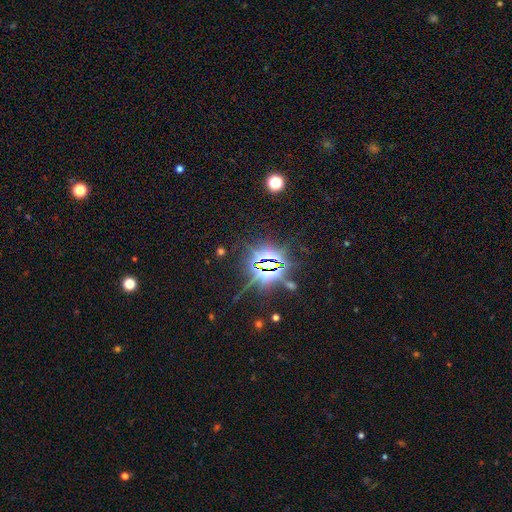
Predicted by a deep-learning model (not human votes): This appears to be a star or artifact, not a galaxy (84%).